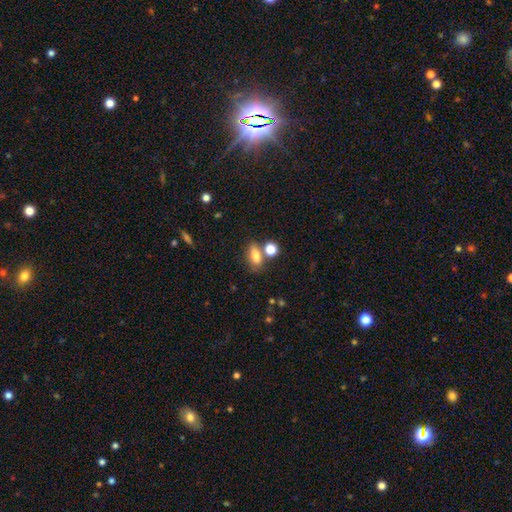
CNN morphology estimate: Q: Smooth or featured?
A: smooth (79%); runner-up: featured or disk (11%)
Q: How rounded?
A: in between (76%); runner-up: round (13%)
Q: Merging?
A: none (58%); runner-up: merger (23%)